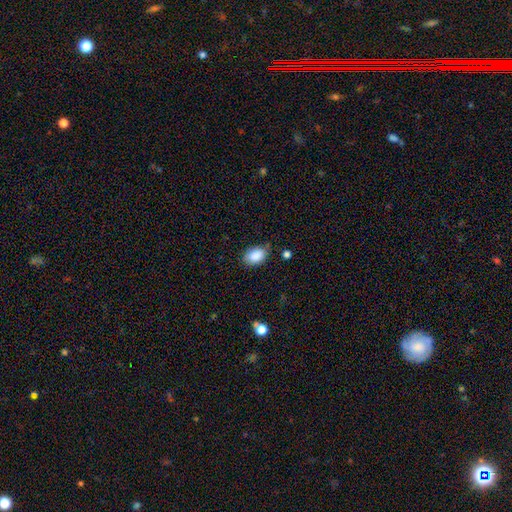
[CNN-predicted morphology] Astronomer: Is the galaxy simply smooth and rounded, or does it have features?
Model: smooth — 88%.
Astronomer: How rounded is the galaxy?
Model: in between — 86%.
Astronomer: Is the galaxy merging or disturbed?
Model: none — 73%.